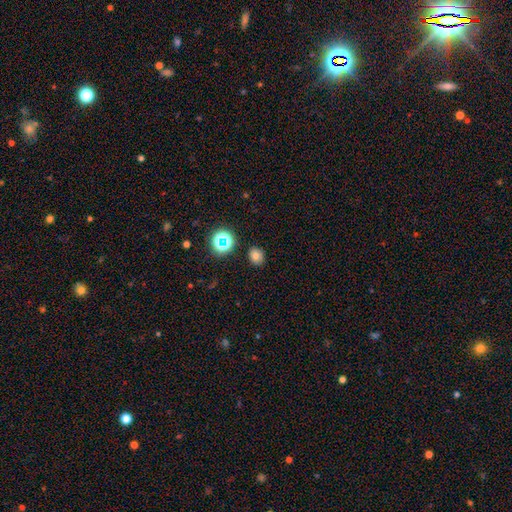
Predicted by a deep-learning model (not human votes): A smooth galaxy with no disk features (72%) that is round (63%). Merging: none (87%).